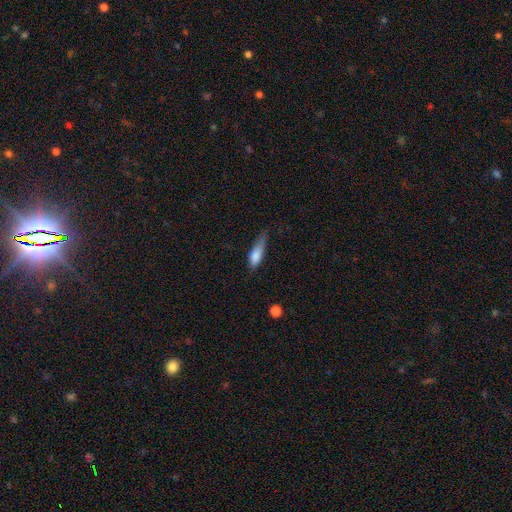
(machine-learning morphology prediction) A smooth galaxy with no disk features (78%) that is in between round and cigar-shaped (52%).

Vote fractions:
- Smooth or featured? smooth: 78% / featured or disk: 15% / star or artifact: 7%
- How rounded? in between: 52% / cigar-shaped: 45% / round: 3%
- Merging? minor disturbance: 44% / none: 38% / major disturbance: 16% / merger: 3%